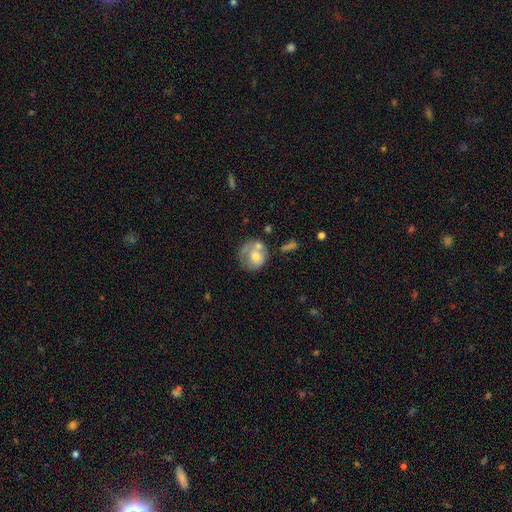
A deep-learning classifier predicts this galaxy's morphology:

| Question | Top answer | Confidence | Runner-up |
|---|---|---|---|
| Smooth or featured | smooth | 59% | featured or disk (34%) |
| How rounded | round | 76% | in between (23%) |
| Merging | none | 39% | merger (26%) |